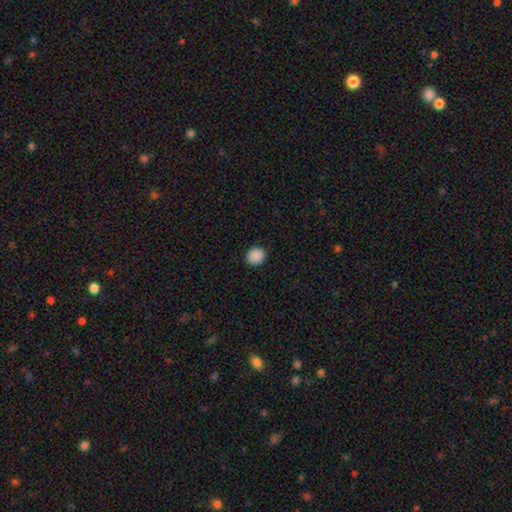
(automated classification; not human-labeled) This is clearly a smooth galaxy (90%). How rounded: clearly round (82%). Merging: clearly none (92%).